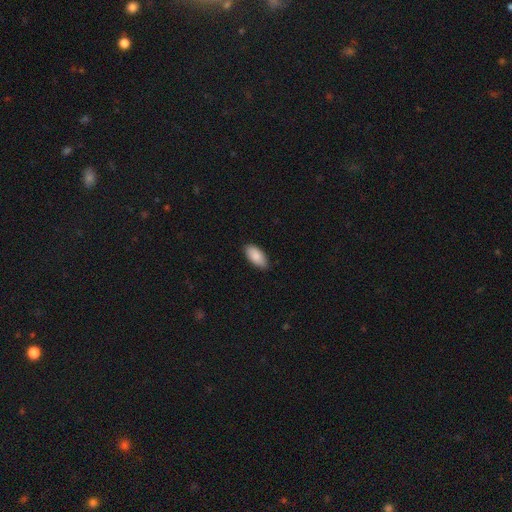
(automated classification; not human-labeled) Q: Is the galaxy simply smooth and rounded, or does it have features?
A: smooth — 87%.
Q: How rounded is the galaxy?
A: in between — 94%.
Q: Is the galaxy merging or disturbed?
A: none — 86%.